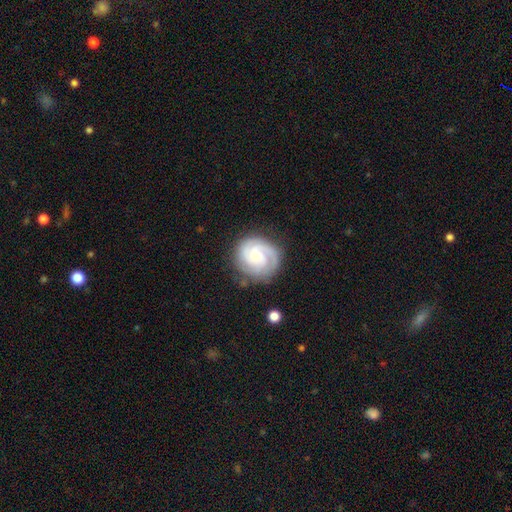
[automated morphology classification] The model was most divided on "spiral arm count": 3: 39%, 2: 29%, can't tell: 16%, 4: 6%, 1: 6%, more than 4: 4%. More confident: edge-on disk — no (98%); spiral arms — yes (97%); smooth or featured — featured or disk (84%); merging — none (78%); bar — no (69%); spiral winding — tight (66%); bulge size — small (61%).